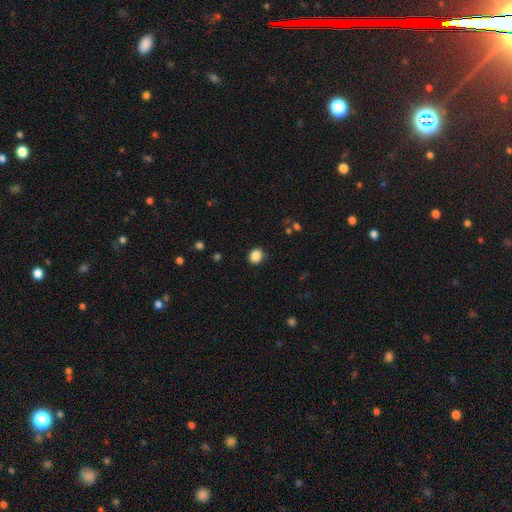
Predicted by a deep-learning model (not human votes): A smooth galaxy with no disk features (87%) that is round (66%).

Vote fractions:
- Smooth or featured? smooth: 87% / star or artifact: 10% / featured or disk: 3%
- How rounded? round: 66% / in between: 33% / cigar-shaped: 1%
- Merging? none: 87% / minor disturbance: 9% / major disturbance: 2% / merger: 1%